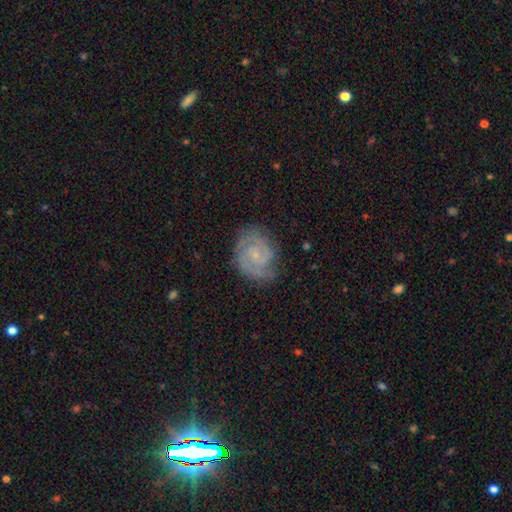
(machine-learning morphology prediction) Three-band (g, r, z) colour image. It shows a featured or disk galaxy (84%) with no bar (62%), 2 (73%) tight (58%) spiral arms (97%) and a small central bulge (75%). Merging: none (76%).